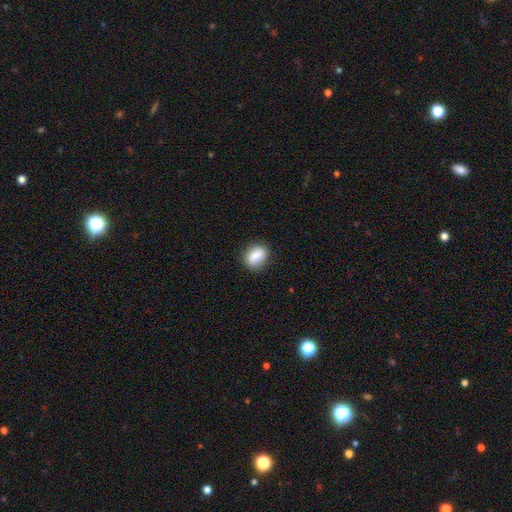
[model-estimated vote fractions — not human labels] A smooth galaxy with no disk features (84%) that is in between round and cigar-shaped (65%).

Vote fractions:
- Smooth or featured? smooth: 84% / featured or disk: 8% / star or artifact: 8%
- How rounded? in between: 65% / round: 32% / cigar-shaped: 3%
- Merging? none: 81% / minor disturbance: 14% / major disturbance: 3% / merger: 2%